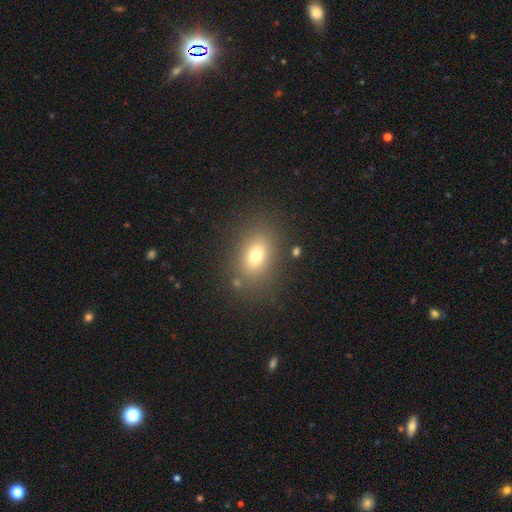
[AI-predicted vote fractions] This appears to be a smooth galaxy with no disk features (73%) that is in between round and cigar-shaped (76%). Merging: none (82%).